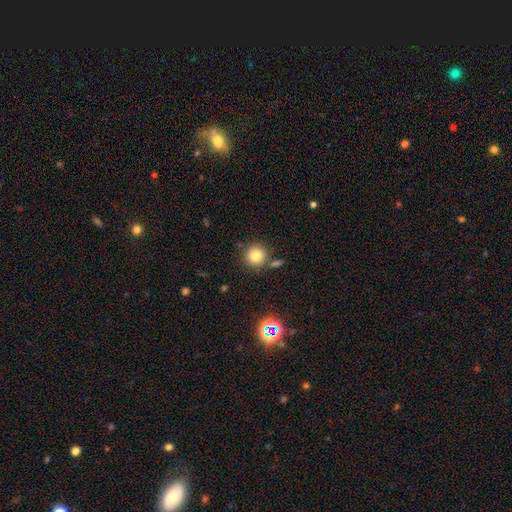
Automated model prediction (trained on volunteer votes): A smooth galaxy with no disk features (80%) that is round (93%). Merging: none (79%).